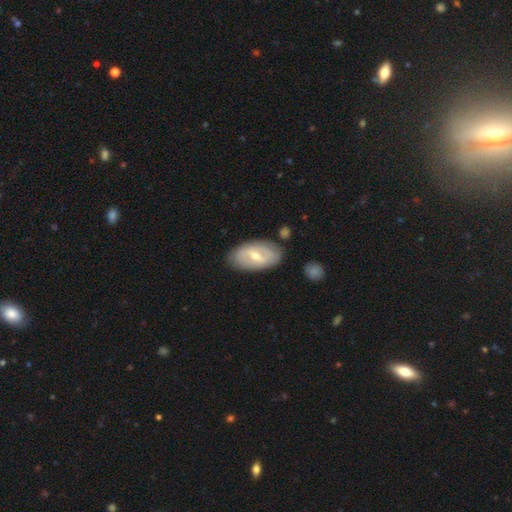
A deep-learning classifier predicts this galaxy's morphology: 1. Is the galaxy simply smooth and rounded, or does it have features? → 59% featured or disk, 35% smooth, 6% star or artifact.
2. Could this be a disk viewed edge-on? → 90% no, 10% yes.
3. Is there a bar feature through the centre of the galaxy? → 47% weak, 35% strong, 18% no.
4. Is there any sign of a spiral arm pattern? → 51% yes, 49% no.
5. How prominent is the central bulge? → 51% moderate, 45% small, 2% large, 1% none, 1% dominant.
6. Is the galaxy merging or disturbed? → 80% none, 14% minor disturbance, 3% major disturbance, 3% merger.